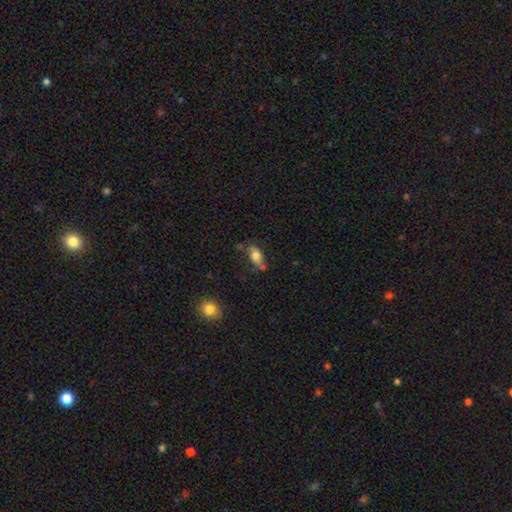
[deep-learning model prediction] This appears to be a smooth galaxy with no disk features (74%) that is in between round and cigar-shaped (84%). Merging: none (54%).